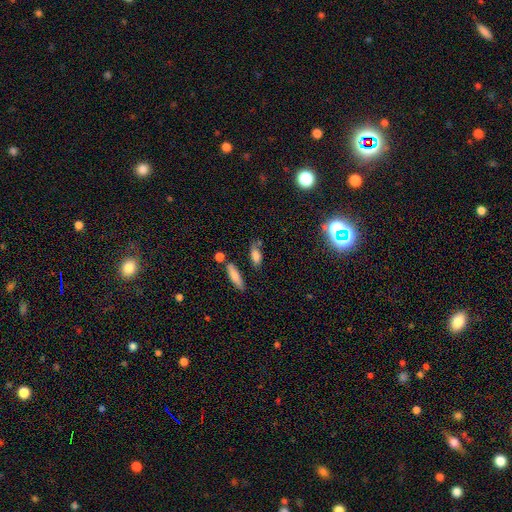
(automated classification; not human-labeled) Smooth or featured? Predicted: smooth (p=0.78). How rounded? Predicted: in between (p=0.69). Merging? Predicted: none (p=0.65).